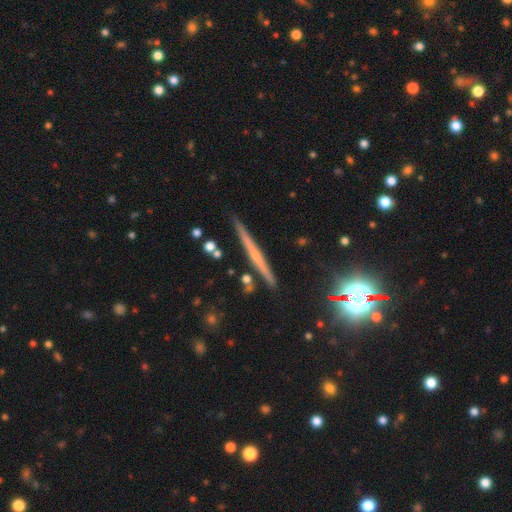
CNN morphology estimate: Smooth or featured: featured or disk — 58% (smooth — 30%)
Edge-on disk: yes — 97% (no — 3%)
Edge-on bulge: none — 65% (rounded — 27%)
Merging: none — 89% (minor disturbance — 8%)